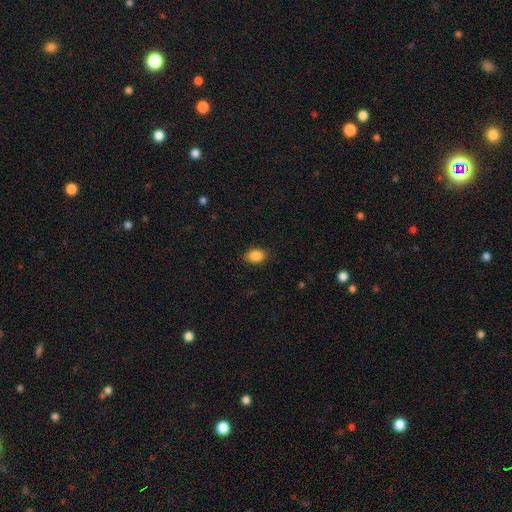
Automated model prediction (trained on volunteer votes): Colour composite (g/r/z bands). It shows a smooth galaxy with no disk features (87%) that is in between round and cigar-shaped (81%). Merging: none (86%).